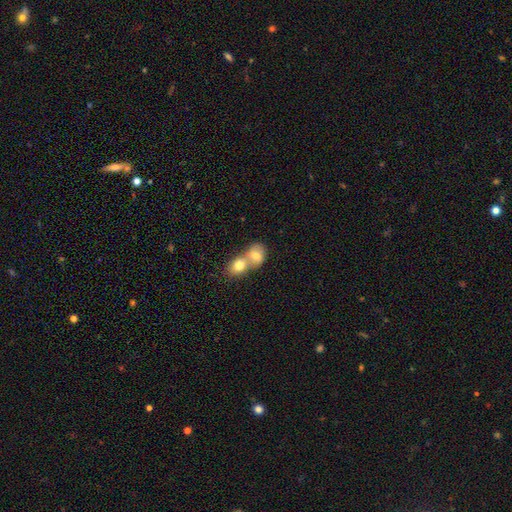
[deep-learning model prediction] Smooth or featured?
  - smooth: 74% *
  - featured or disk: 17%
  - star or artifact: 9%
How rounded?
  - round: 50% *
  - in between: 48%
  - cigar-shaped: 1%
Merging?
  - merger: 73% *
  - none: 20%
  - minor disturbance: 5%
  - major disturbance: 2%